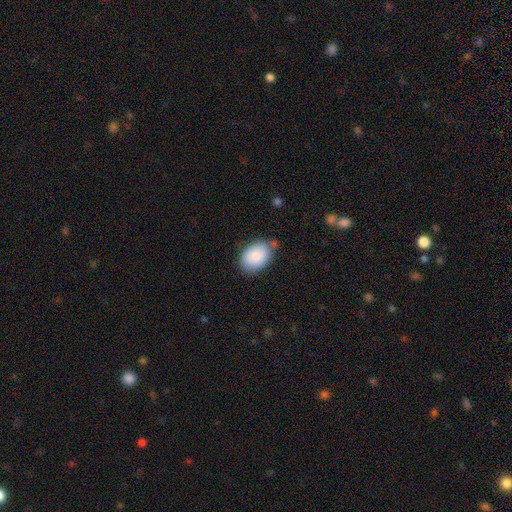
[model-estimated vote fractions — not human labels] smooth-or-featured: smooth: 84% | featured or disk: 10% | star or artifact: 7%
  how-rounded: in between: 80% | round: 19% | cigar-shaped: 1%
  merging: none: 70% | minor disturbance: 22% | major disturbance: 4% | merger: 4%